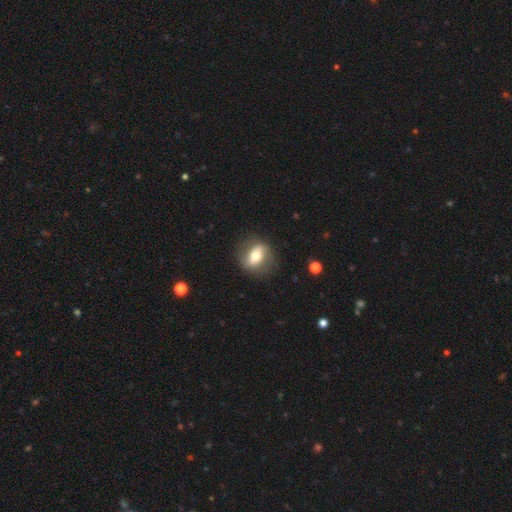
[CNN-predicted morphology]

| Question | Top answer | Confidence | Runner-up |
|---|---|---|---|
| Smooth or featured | featured or disk | 49% | smooth (44%) |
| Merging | none | 79% | minor disturbance (14%) |